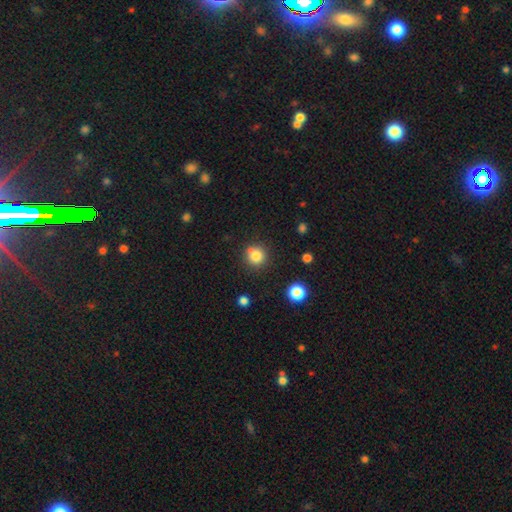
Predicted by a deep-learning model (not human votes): smooth 81%, star or artifact 12%, featured or disk 7%. Down the decision tree: how rounded — round (92%); merging — none (73%).